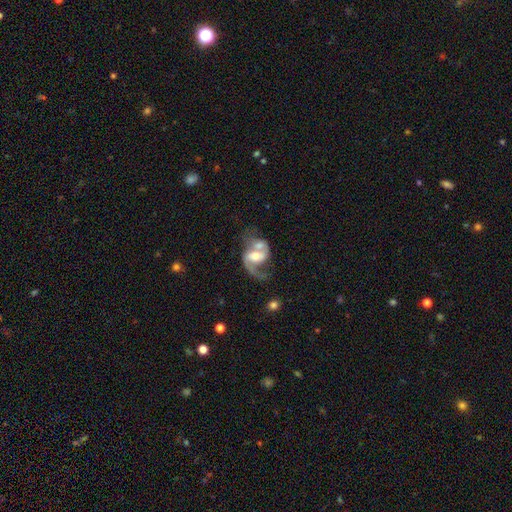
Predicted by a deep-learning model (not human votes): Smooth or featured: featured or disk — 80% (smooth — 14%)
Edge-on disk: no — 97% (yes — 3%)
Bar: weak — 41% (no — 32%)
Spiral arms: yes — 89% (no — 11%)
Spiral winding: loose — 51% (medium — 39%)
Spiral arm count: 2 — 67% (1 — 26%)
Bulge size: moderate — 60% (small — 24%)
Merging: merger — 46% (none — 24%)